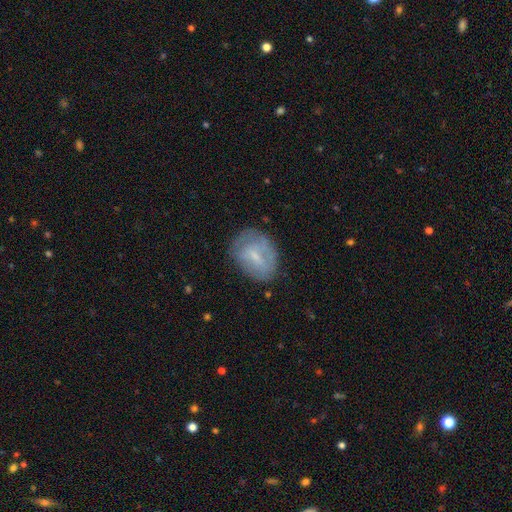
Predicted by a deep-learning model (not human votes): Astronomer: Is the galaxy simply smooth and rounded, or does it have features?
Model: smooth — 48% (runner-up: featured or disk, 45%).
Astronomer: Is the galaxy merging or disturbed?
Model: none — 63%.